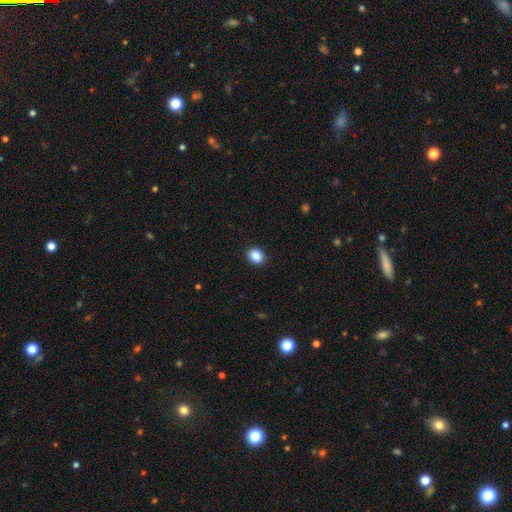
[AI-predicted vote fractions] This appears to be a smooth galaxy with no disk features (88%) that is round (64%). Merging: none (92%).